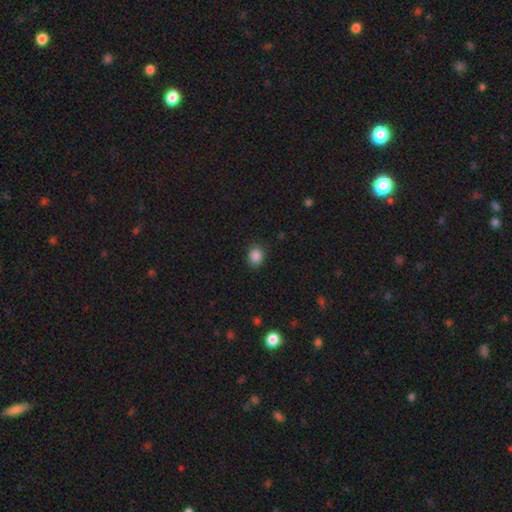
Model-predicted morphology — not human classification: Smooth or featured?
  - smooth: 86% *
  - star or artifact: 10%
  - featured or disk: 3%
How rounded?
  - round: 59% *
  - in between: 40%
  - cigar-shaped: 1%
Merging?
  - none: 86% *
  - minor disturbance: 11%
  - major disturbance: 3%
  - merger: 1%